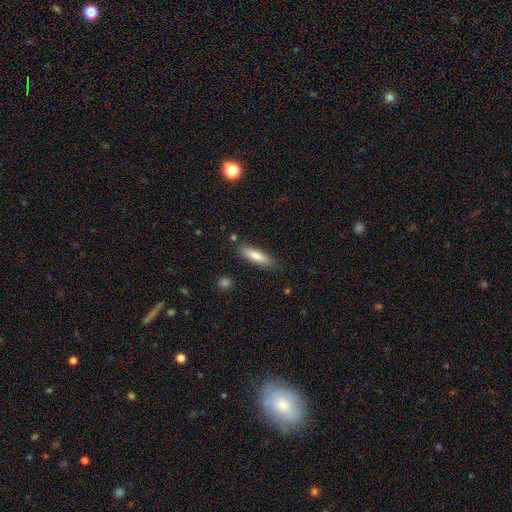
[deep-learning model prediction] Q: Smooth or featured?
A: smooth (81%); runner-up: featured or disk (12%)
Q: How rounded?
A: cigar-shaped (65%); runner-up: in between (33%)
Q: Merging?
A: none (84%); runner-up: minor disturbance (11%)